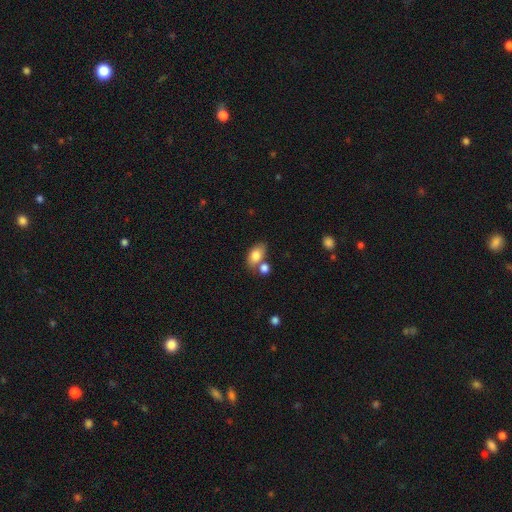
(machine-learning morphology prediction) smooth-or-featured: smooth: 80% | featured or disk: 12% | star or artifact: 8%
  how-rounded: in between: 87% | round: 12% | cigar-shaped: 2%
  merging: none: 56% | merger: 25% | minor disturbance: 14% | major disturbance: 5%